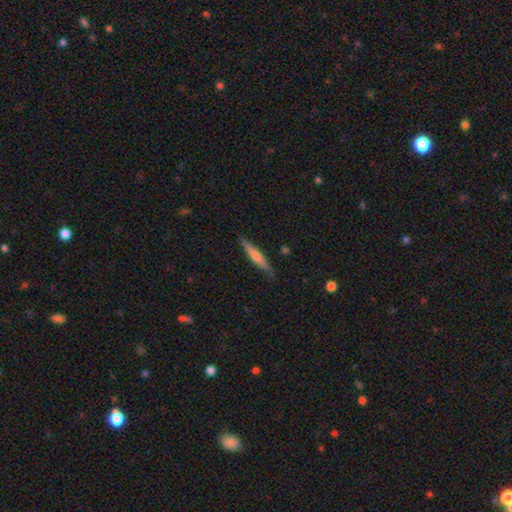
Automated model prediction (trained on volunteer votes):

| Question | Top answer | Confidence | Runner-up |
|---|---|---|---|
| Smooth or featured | featured or disk | 55% | smooth (39%) |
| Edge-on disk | yes | 96% | no (4%) |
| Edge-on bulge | rounded | 68% | none (20%) |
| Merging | none | 87% | minor disturbance (10%) |